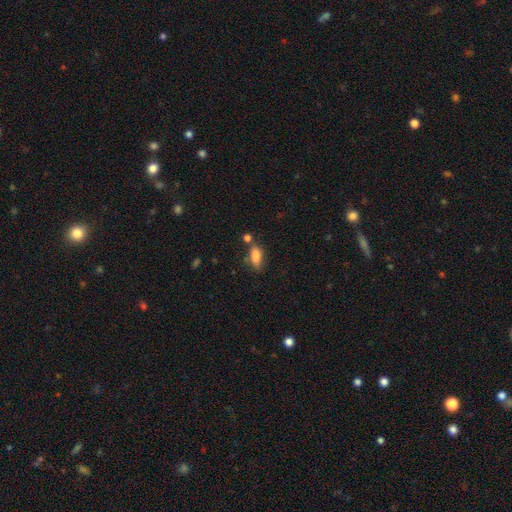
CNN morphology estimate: Smooth or featured? smooth (84%)
How rounded? in between (80%)
Merging? none (61%)